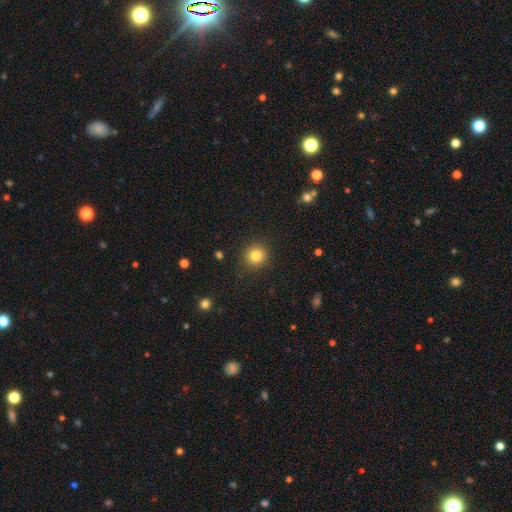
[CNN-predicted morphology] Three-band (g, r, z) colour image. It shows a smooth galaxy with no disk features (83%) that is round (92%). Merging: none (90%).